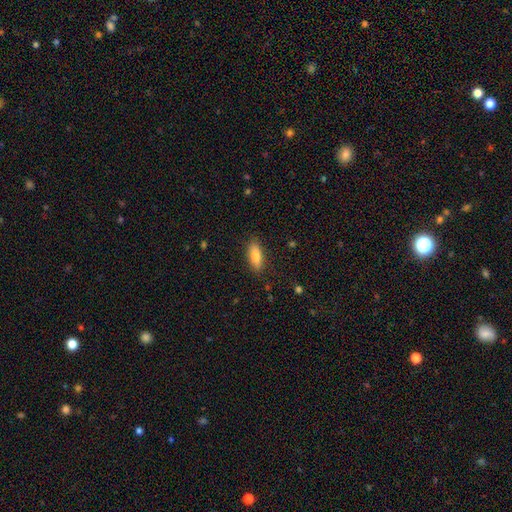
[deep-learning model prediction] smooth-or-featured: smooth: 84% | featured or disk: 10% | star or artifact: 7%
  how-rounded: in between: 70% | cigar-shaped: 28% | round: 2%
  merging: none: 86% | minor disturbance: 10% | major disturbance: 3% | merger: 1%